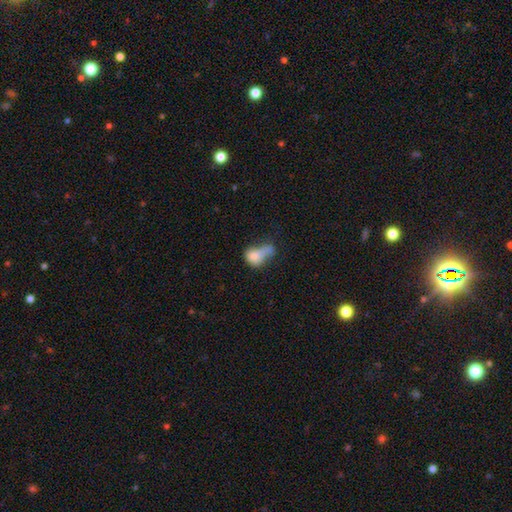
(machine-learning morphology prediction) Smooth or featured? Predicted: smooth (p=0.72). How rounded? Predicted: in between (p=0.72). Merging? Predicted: merger (p=0.36).